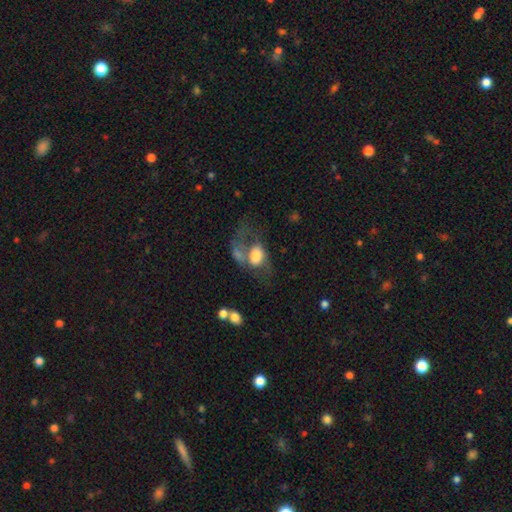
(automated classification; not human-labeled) A smooth galaxy with no disk features (52%) that is in between round and cigar-shaped (72%). Merging: major disturbance (37%).